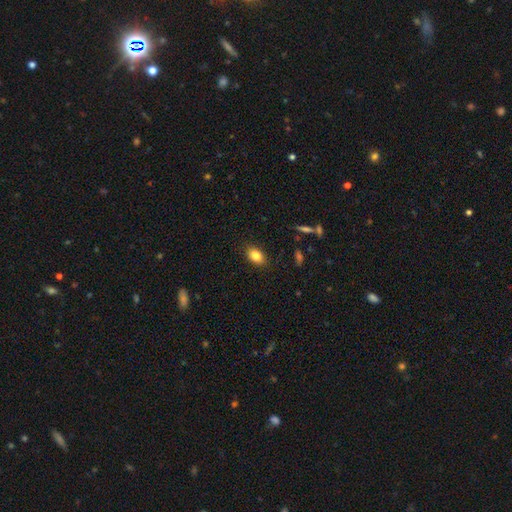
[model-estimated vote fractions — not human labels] This is clearly a smooth galaxy (83%). How rounded: clearly in between (83%). Merging: clearly none (87%).